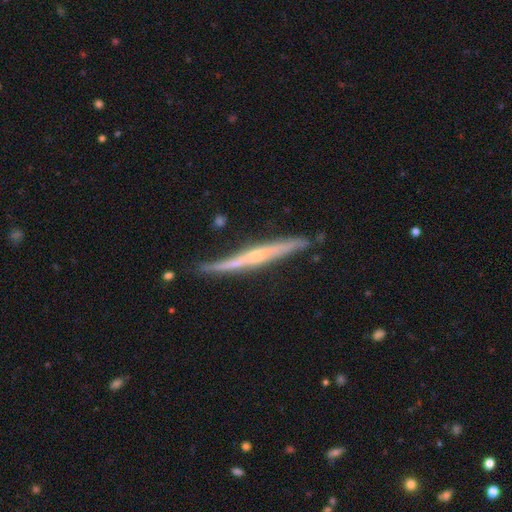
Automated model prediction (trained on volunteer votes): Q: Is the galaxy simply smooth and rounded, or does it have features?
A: featured or disk — 76%.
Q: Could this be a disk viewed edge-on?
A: yes — 96%.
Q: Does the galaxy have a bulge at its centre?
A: rounded — 63%.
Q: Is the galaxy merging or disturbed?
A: none — 75%.